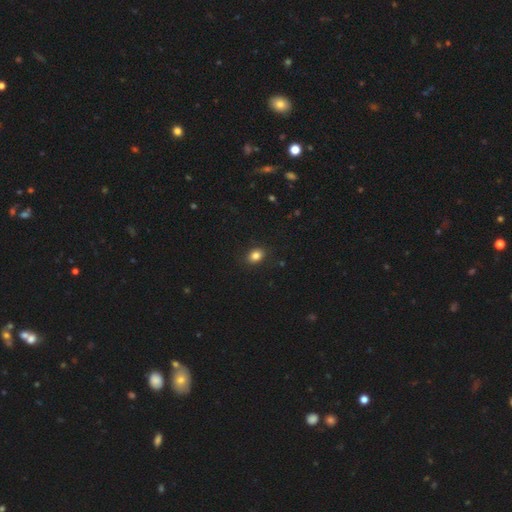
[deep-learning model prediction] Smooth or featured: smooth — 84% (star or artifact — 11%)
How rounded: in between — 64% (round — 35%)
Merging: none — 88% (minor disturbance — 9%)